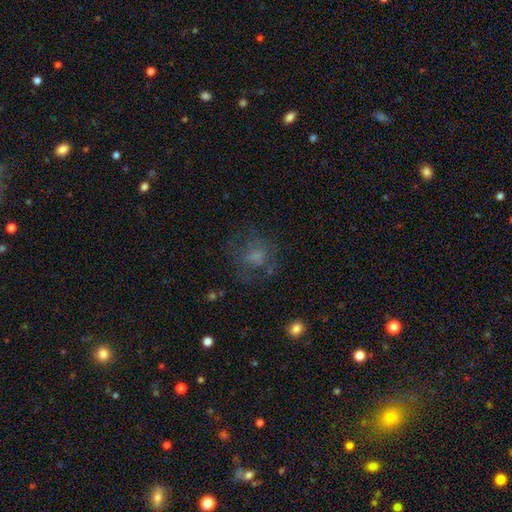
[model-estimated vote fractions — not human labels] smooth 50%, featured or disk 33%, star or artifact 17%. Down the decision tree: merging — none (58%).